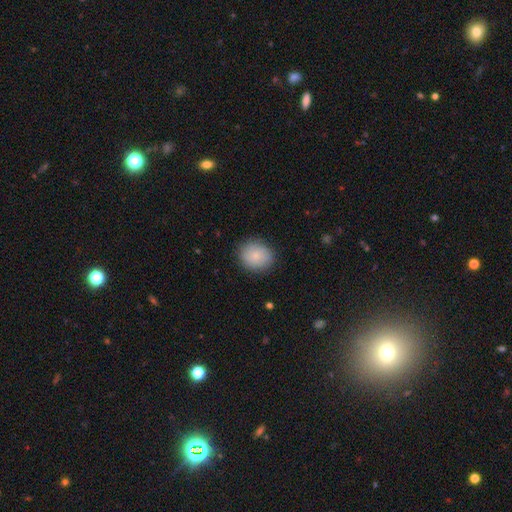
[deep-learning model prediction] Q: Smooth or featured?
A: smooth (80%); runner-up: featured or disk (13%)
Q: How rounded?
A: round (82%); runner-up: in between (17%)
Q: Merging?
A: none (85%); runner-up: minor disturbance (11%)